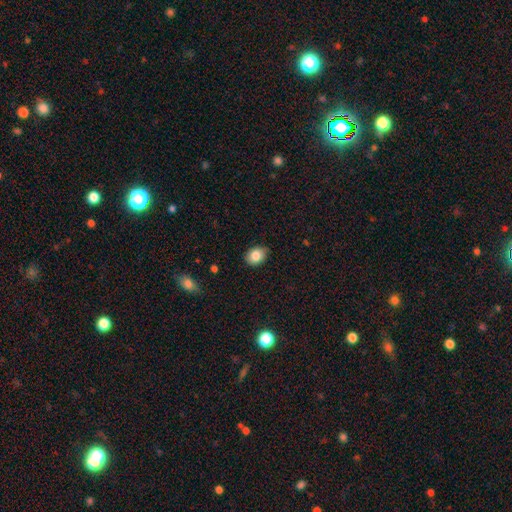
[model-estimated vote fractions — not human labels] Smooth or featured? Predicted: smooth (p=0.84). How rounded? Predicted: in between (p=0.60). Merging? Predicted: none (p=0.80).